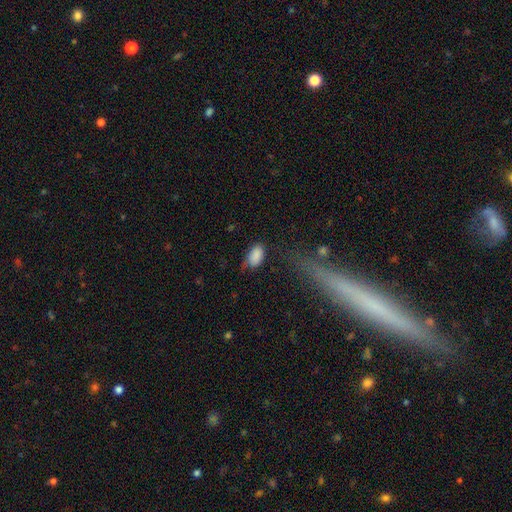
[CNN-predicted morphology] Smooth or featured? Predicted: smooth (p=0.85). How rounded? Predicted: in between (p=0.93). Merging? Predicted: none (p=0.52).